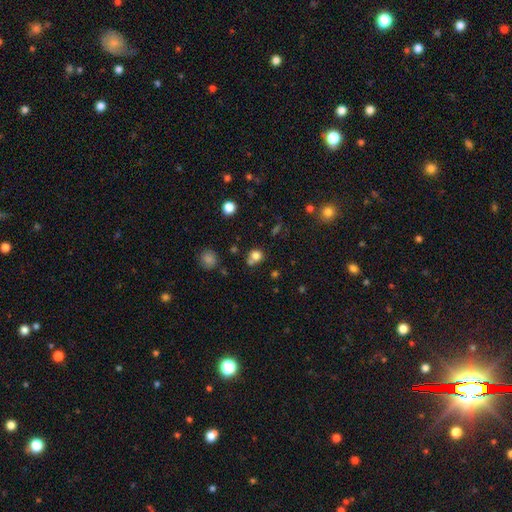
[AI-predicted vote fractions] Smooth or featured? Predicted: smooth (p=0.78). How rounded? Predicted: round (p=0.79). Merging? Predicted: none (p=0.54).